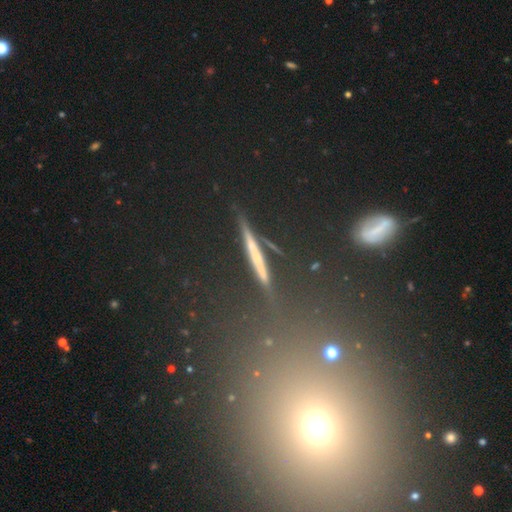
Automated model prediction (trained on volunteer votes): A featured or disk galaxy (46%). Merging: none (87%).